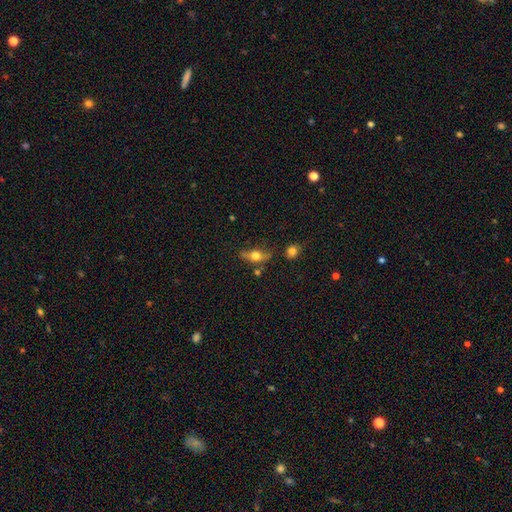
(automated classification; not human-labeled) This is possibly a smooth galaxy (59%). How rounded: likely in between (68%). Merging: possibly none (58%).